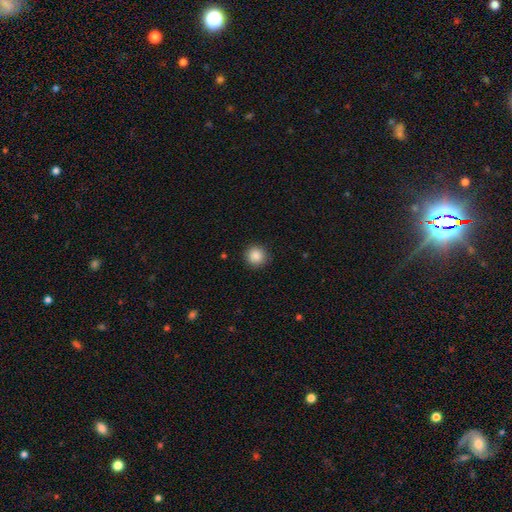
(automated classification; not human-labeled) This appears to be a smooth galaxy with no disk features (87%) that is round (94%). Merging: none (91%).